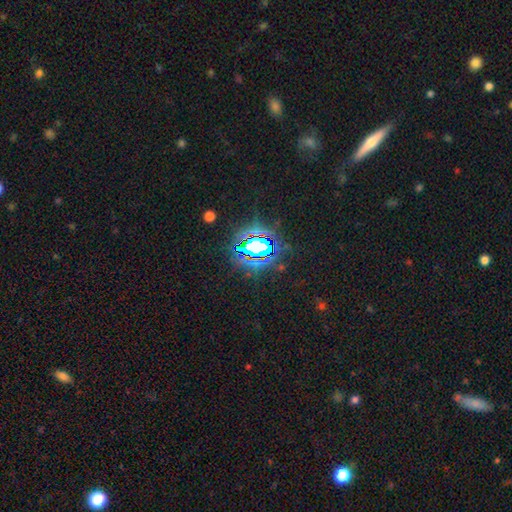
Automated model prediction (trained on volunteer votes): Overall: star or artifact (78%).